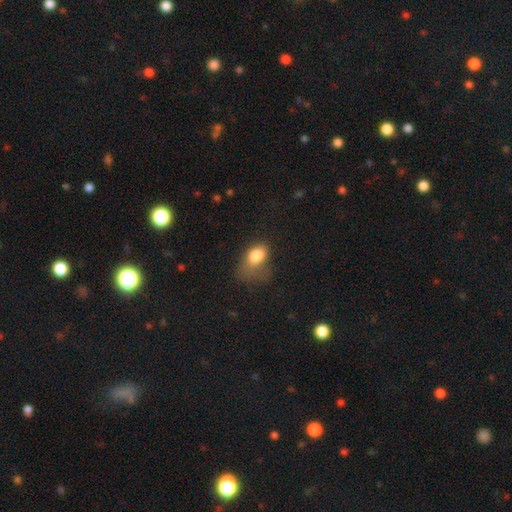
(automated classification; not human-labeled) Smooth or featured? smooth (78%)
How rounded? in between (83%)
Merging? major disturbance (42%)